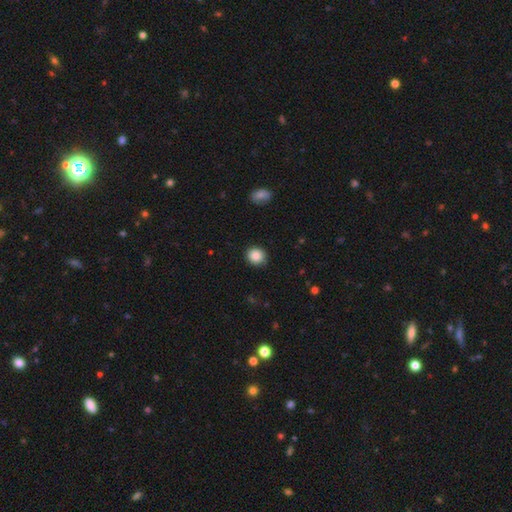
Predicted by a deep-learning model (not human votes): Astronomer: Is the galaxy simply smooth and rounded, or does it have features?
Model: smooth — 86%.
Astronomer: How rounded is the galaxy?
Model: round — 86%.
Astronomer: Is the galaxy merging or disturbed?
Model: none — 86%.